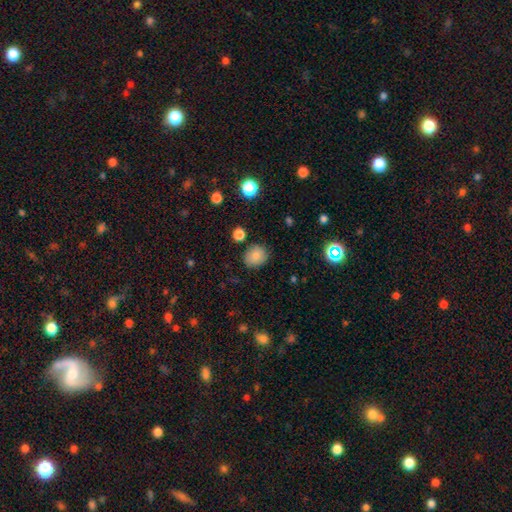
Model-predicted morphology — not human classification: Smooth or featured: smooth — 81% (star or artifact — 11%)
How rounded: round — 73% (in between — 26%)
Merging: none — 82% (minor disturbance — 12%)